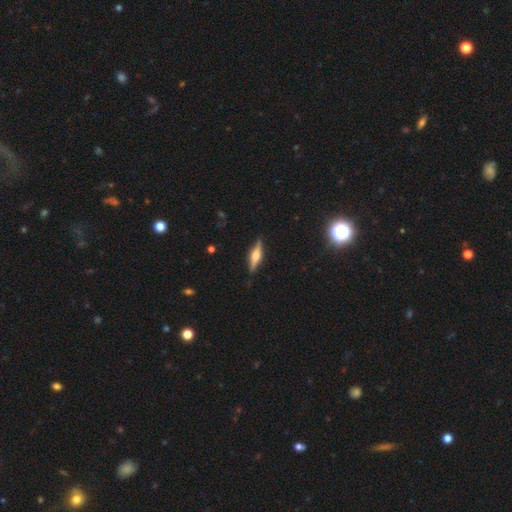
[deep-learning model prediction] Morphology: type=featured or disk (69%); edge-on=yes (97%); edge-on bulge=rounded (82%); merging=none (88%).